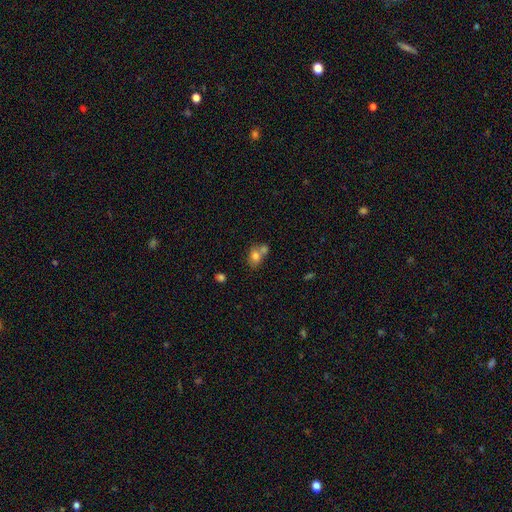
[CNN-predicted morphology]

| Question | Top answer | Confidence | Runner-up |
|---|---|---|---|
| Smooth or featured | smooth | 76% | featured or disk (14%) |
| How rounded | in between | 64% | round (35%) |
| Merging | merger | 52% | none (33%) |